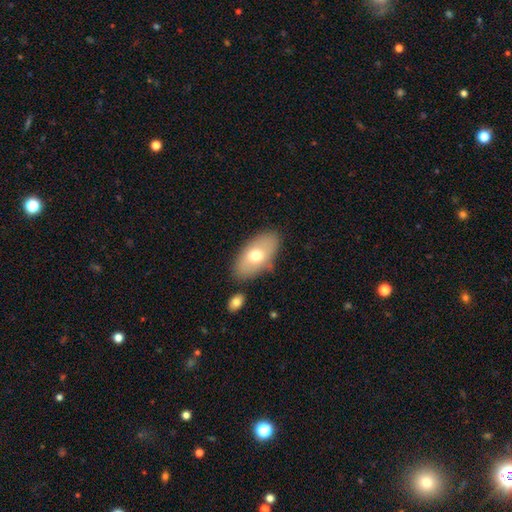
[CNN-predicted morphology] Smooth or featured: smooth — 66% (featured or disk — 27%)
How rounded: in between — 92% (round — 4%)
Merging: none — 76% (minor disturbance — 14%)